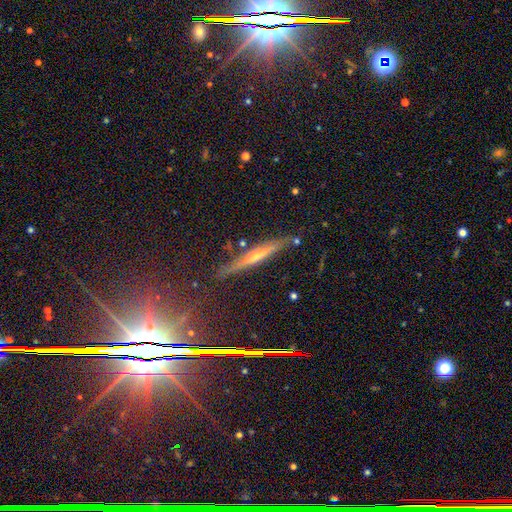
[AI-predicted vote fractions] smooth_or_featured: featured or disk (p=0.61) [alt: star or artifact p=0.21]
disk_edge_on: yes (p=0.94) [alt: no p=0.06]
edge_on_bulge: rounded (p=0.79) [alt: none p=0.15]
merging: none (p=0.84) [alt: minor disturbance p=0.12]